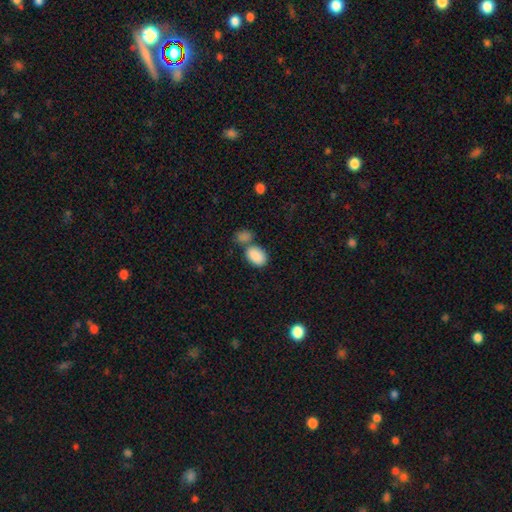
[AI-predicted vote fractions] Morphology: type=smooth (88%); roundness=in between (87%); merging=none (50%).